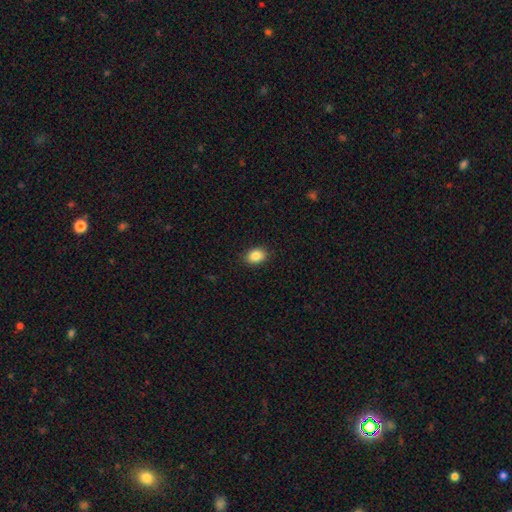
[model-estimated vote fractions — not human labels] Overall: smooth (87%). How rounded: in between (71%). Merging: none (89%).